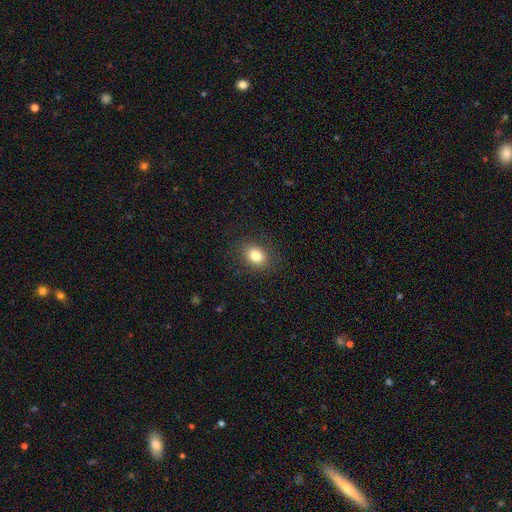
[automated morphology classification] This is clearly a smooth galaxy (82%). How rounded: possibly in between (57%). Merging: clearly none (86%).